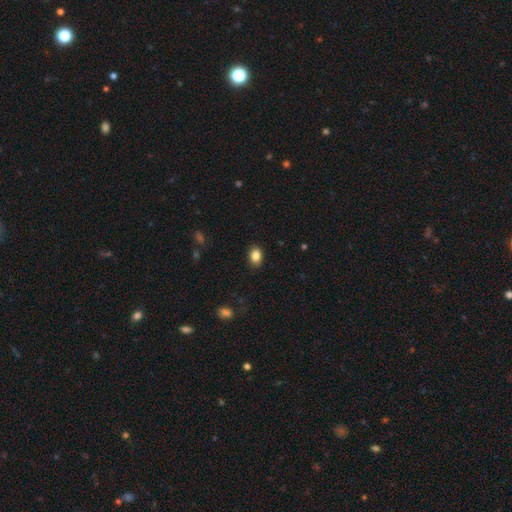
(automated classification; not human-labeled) smooth 86%, star or artifact 9%, featured or disk 5%. Down the decision tree: how rounded — in between (79%); merging — none (87%).